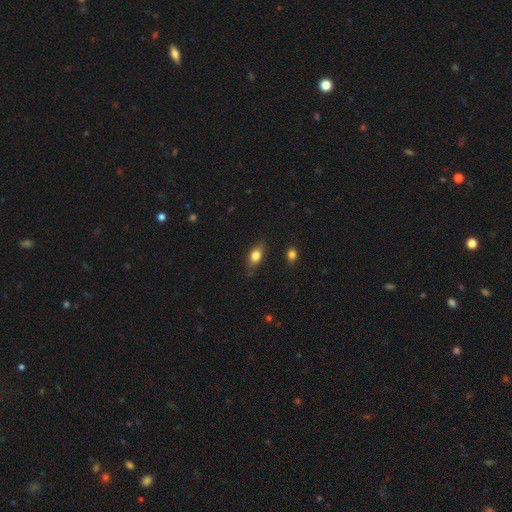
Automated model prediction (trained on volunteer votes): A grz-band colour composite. It shows a smooth galaxy with no disk features (80%) that is in between round and cigar-shaped (81%). Merging: none (78%).